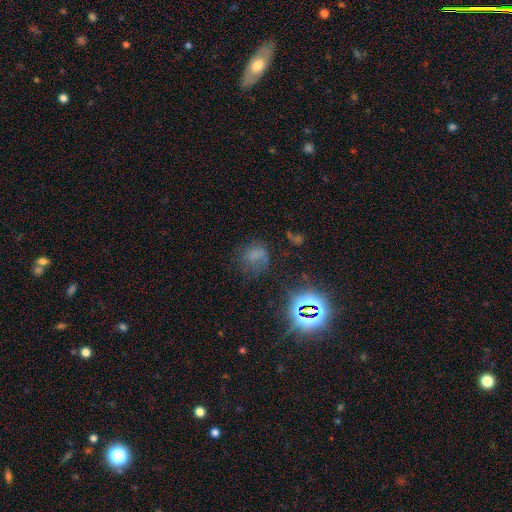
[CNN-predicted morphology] Smooth or featured? smooth (51%)
How rounded? round (56%)
Merging? none (53%)